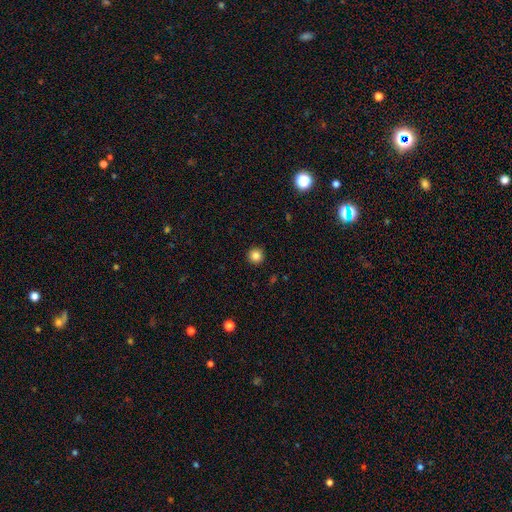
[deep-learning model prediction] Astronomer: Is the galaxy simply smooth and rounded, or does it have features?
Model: smooth — 84%.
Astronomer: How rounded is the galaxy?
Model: round — 96%.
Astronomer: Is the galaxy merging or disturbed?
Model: none — 93%.